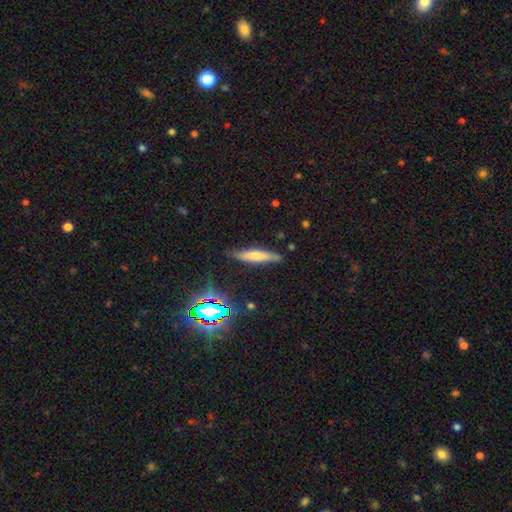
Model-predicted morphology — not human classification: Smooth or featured? smooth (50%)
How rounded? cigar-shaped (85%)
Merging? none (83%)